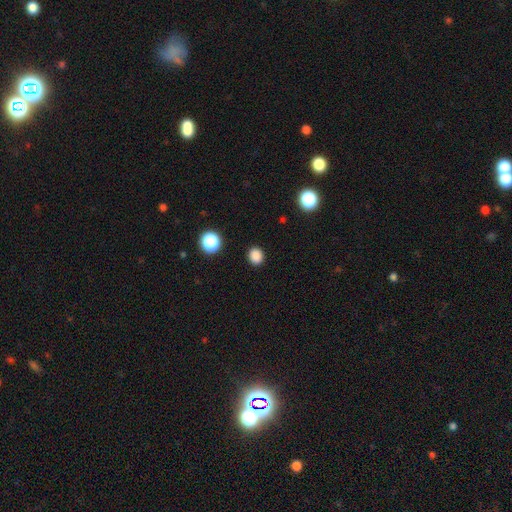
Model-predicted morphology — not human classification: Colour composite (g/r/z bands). It shows a smooth galaxy with no disk features (85%) that is round (72%). Merging: none (91%).